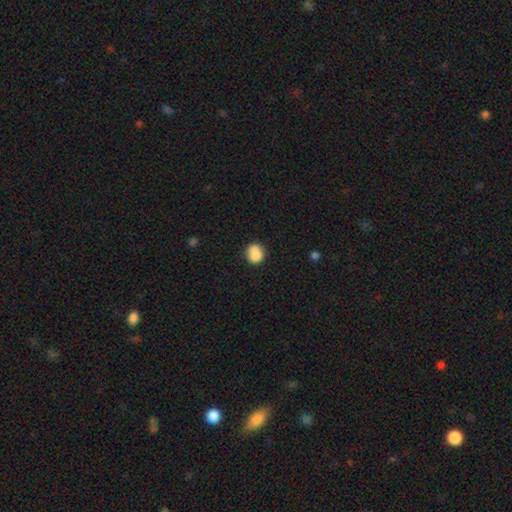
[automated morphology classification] Smooth or featured?
  - smooth: 81% *
  - featured or disk: 10%
  - star or artifact: 9%
How rounded?
  - round: 71% *
  - in between: 28%
  - cigar-shaped: 1%
Merging?
  - none: 52% *
  - merger: 23%
  - minor disturbance: 19%
  - major disturbance: 6%